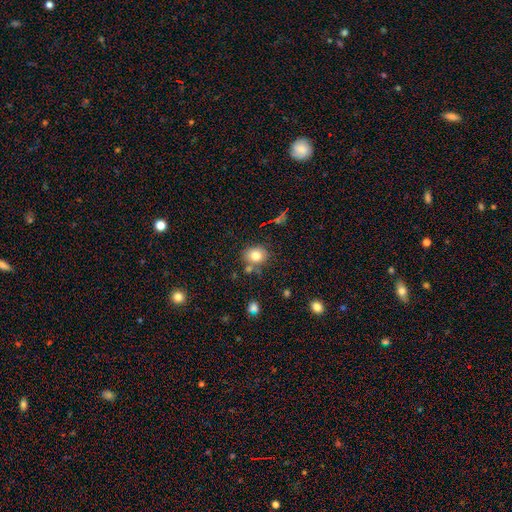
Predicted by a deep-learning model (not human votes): Morphology: type=smooth (79%); roundness=round (60%); merging=none (73%).